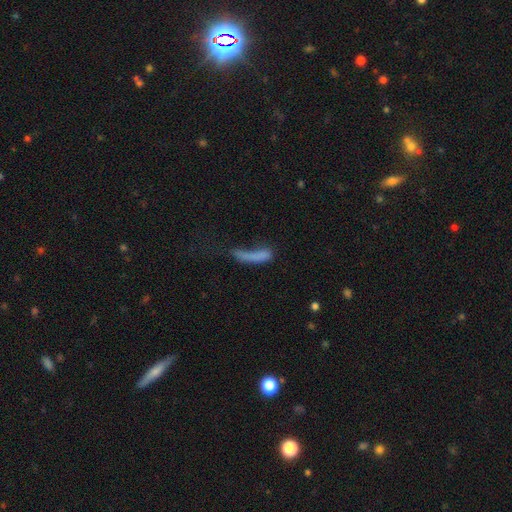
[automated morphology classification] Smooth or featured?
  - smooth: 66% *
  - featured or disk: 21%
  - star or artifact: 13%
How rounded?
  - cigar-shaped: 72% *
  - in between: 24%
  - round: 4%
Merging?
  - major disturbance: 37% *
  - none: 32%
  - minor disturbance: 20%
  - merger: 11%